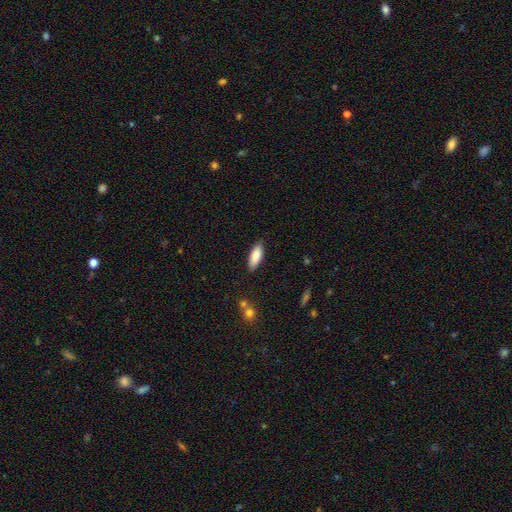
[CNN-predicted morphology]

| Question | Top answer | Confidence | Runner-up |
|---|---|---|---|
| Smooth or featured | smooth | 86% | featured or disk (8%) |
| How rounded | in between | 68% | cigar-shaped (30%) |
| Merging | none | 86% | minor disturbance (11%) |